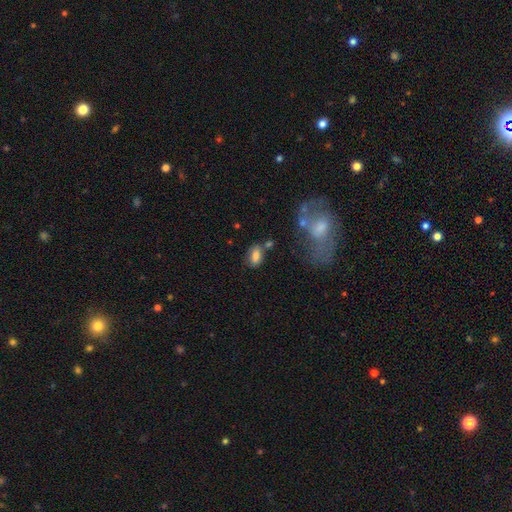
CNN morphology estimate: smooth_or_featured: smooth (p=0.80) [alt: featured or disk p=0.11]
how_rounded: in between (p=0.88) [alt: round p=0.10]
merging: none (p=0.63) [alt: minor disturbance p=0.18]